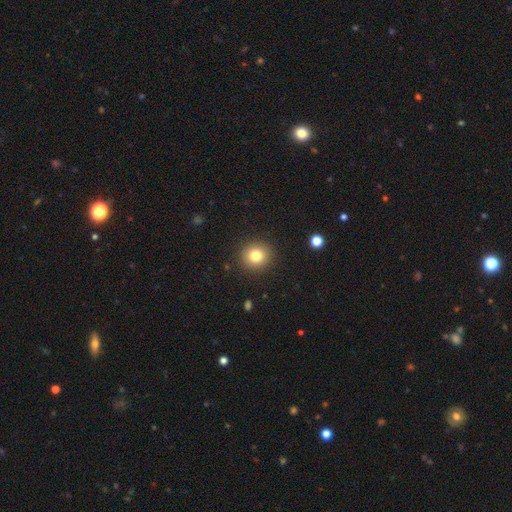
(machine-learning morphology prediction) smooth_or_featured: smooth (p=0.80) [alt: star or artifact p=0.12]
how_rounded: round (p=0.90) [alt: in between p=0.09]
merging: none (p=0.91) [alt: minor disturbance p=0.06]